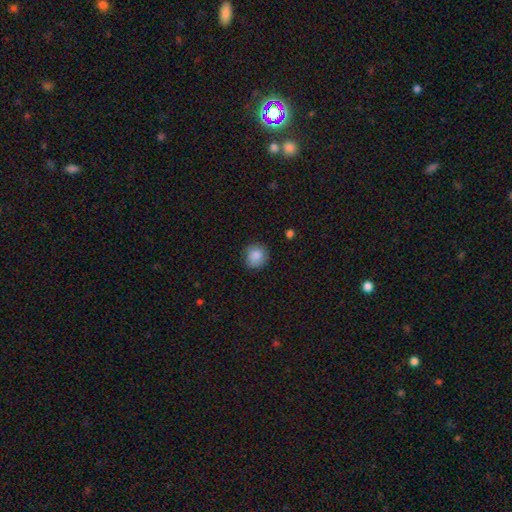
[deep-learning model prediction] Smooth or featured?
  - smooth: 86% *
  - star or artifact: 8%
  - featured or disk: 6%
How rounded?
  - round: 89% *
  - in between: 10%
  - cigar-shaped: 1%
Merging?
  - none: 83% *
  - minor disturbance: 13%
  - major disturbance: 3%
  - merger: 1%